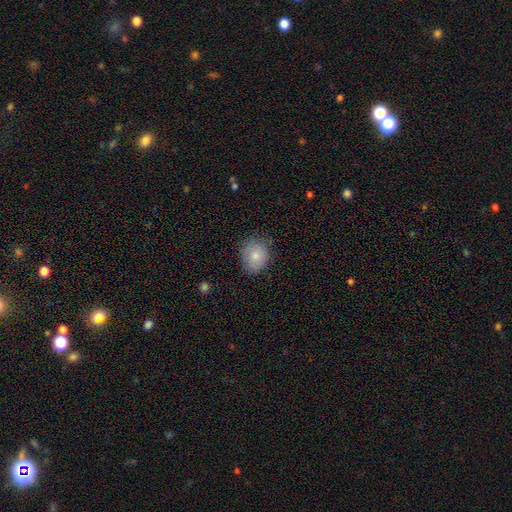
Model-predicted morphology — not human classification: smooth-or-featured: smooth: 81% | featured or disk: 11% | star or artifact: 8%
  how-rounded: round: 56% | in between: 43% | cigar-shaped: 1%
  merging: none: 75% | minor disturbance: 20% | major disturbance: 4% | merger: 1%